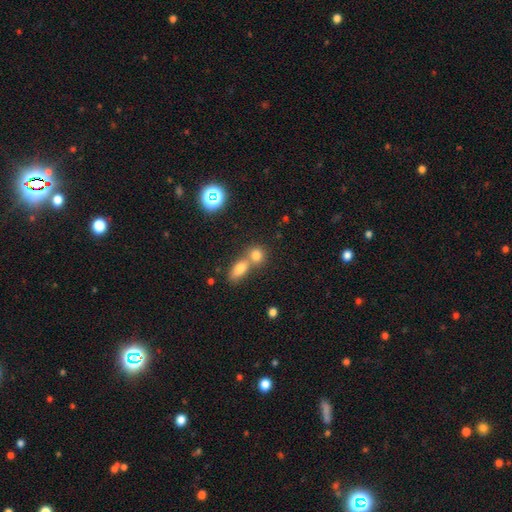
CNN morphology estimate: This appears to be a smooth galaxy with no disk features (74%) that is round (64%). Merging: merger (52%).